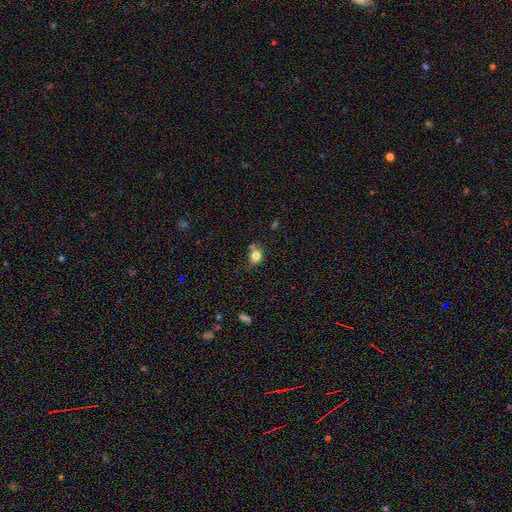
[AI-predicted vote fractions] Q: Smooth or featured?
A: smooth (81%); runner-up: star or artifact (11%)
Q: How rounded?
A: round (58%); runner-up: in between (40%)
Q: Merging?
A: none (60%); runner-up: minor disturbance (22%)